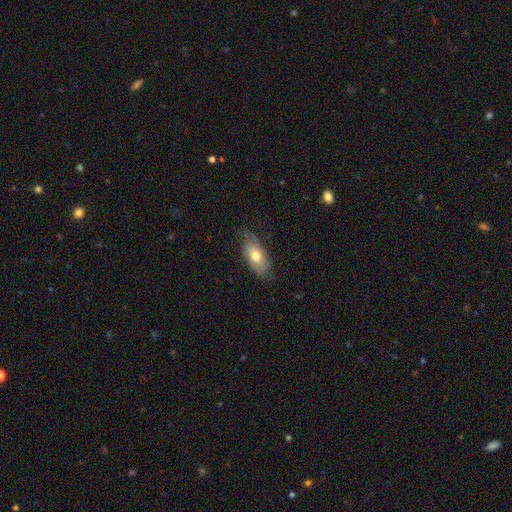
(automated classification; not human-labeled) Smooth or featured? smooth (54%)
How rounded? in between (87%)
Merging? none (62%)